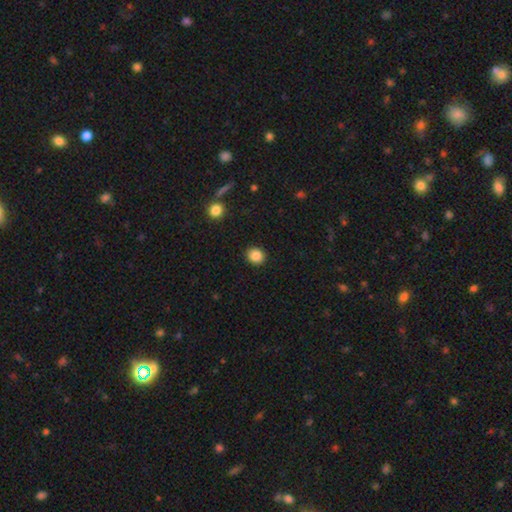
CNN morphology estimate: smooth 87%, star or artifact 10%, featured or disk 3%. Down the decision tree: how rounded — round (82%); merging — none (91%).